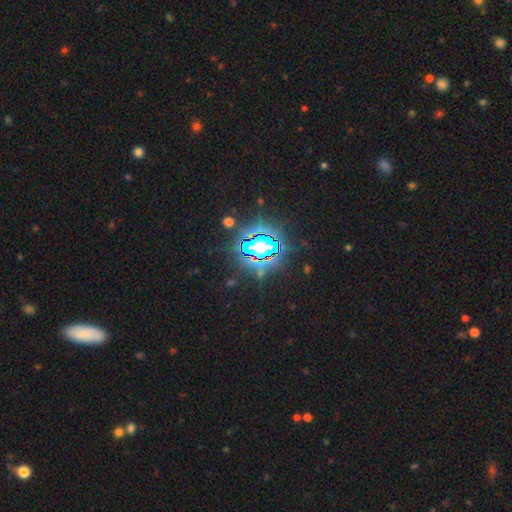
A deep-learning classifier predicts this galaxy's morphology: star or artifact 73%, smooth 16%, featured or disk 11%.